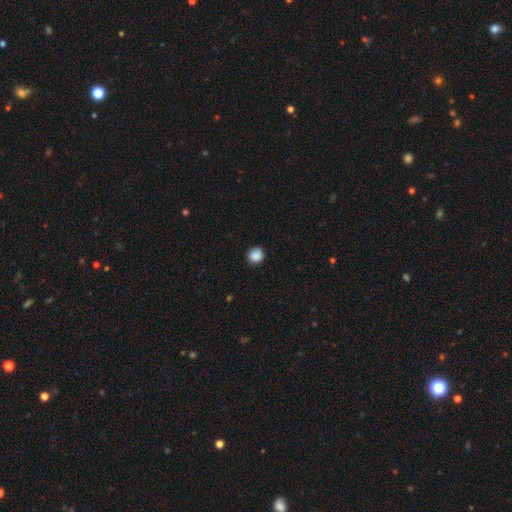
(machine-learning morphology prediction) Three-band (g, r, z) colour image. It shows a smooth galaxy with no disk features (87%) that is round (93%). Merging: none (88%).